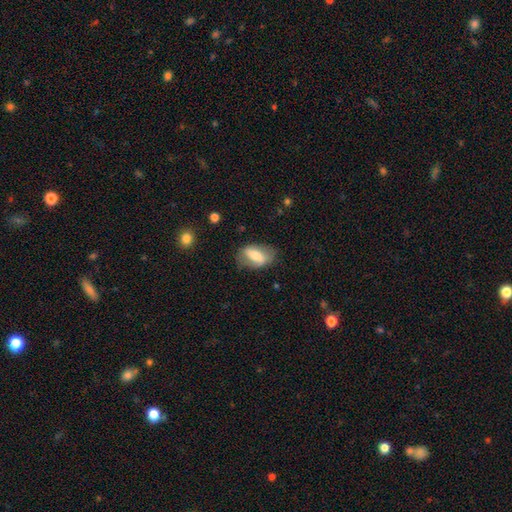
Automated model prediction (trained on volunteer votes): Q: Smooth or featured?
A: smooth (59%); runner-up: featured or disk (34%)
Q: How rounded?
A: in between (87%); runner-up: round (8%)
Q: Merging?
A: none (68%); runner-up: minor disturbance (22%)